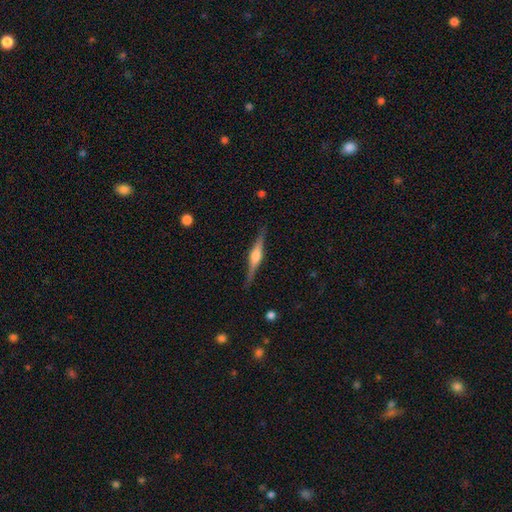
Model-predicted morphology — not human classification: This appears to be a featured or disk galaxy (78%) viewed edge-on (98%) with a rounded central bulge (87%). Merging: none (88%).